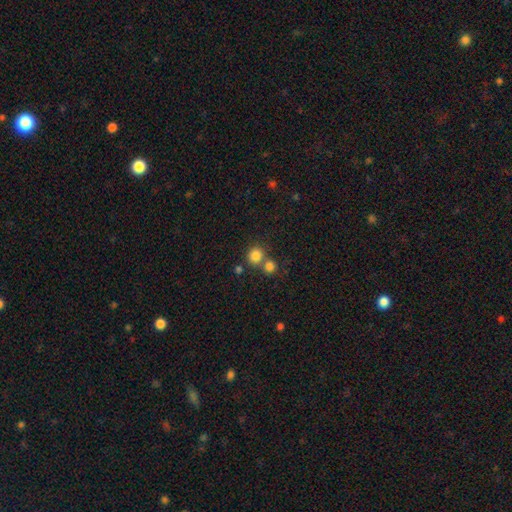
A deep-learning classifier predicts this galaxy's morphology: smooth-or-featured: smooth: 82% | star or artifact: 12% | featured or disk: 6%
  how-rounded: round: 88% | in between: 11% | cigar-shaped: 1%
  merging: none: 58% | merger: 32% | minor disturbance: 7% | major disturbance: 3%